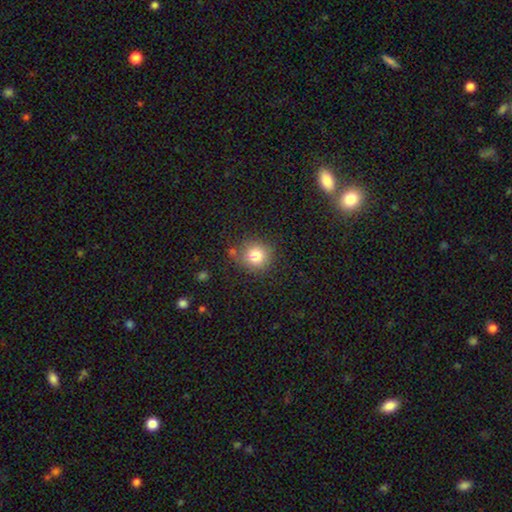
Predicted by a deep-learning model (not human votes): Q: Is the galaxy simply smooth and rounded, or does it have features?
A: smooth — 82%.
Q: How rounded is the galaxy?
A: round — 88%.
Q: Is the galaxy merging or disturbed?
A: none — 74%.